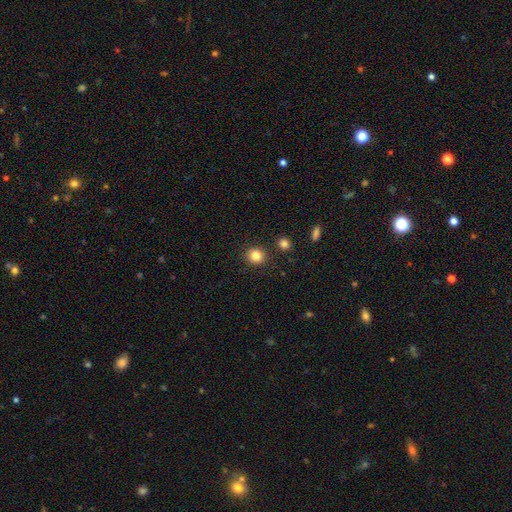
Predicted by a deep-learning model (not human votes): Q: Smooth or featured?
A: smooth (84%); runner-up: star or artifact (11%)
Q: How rounded?
A: round (88%); runner-up: in between (11%)
Q: Merging?
A: none (88%); runner-up: minor disturbance (7%)